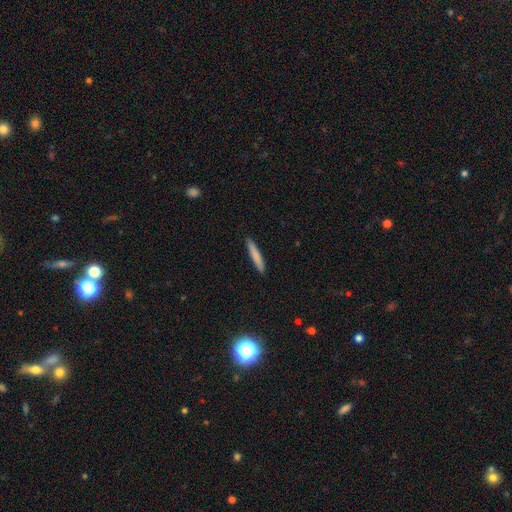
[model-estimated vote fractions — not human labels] Smooth or featured: smooth — 80% (featured or disk — 14%)
How rounded: cigar-shaped — 94% (in between — 5%)
Merging: none — 91% (minor disturbance — 7%)